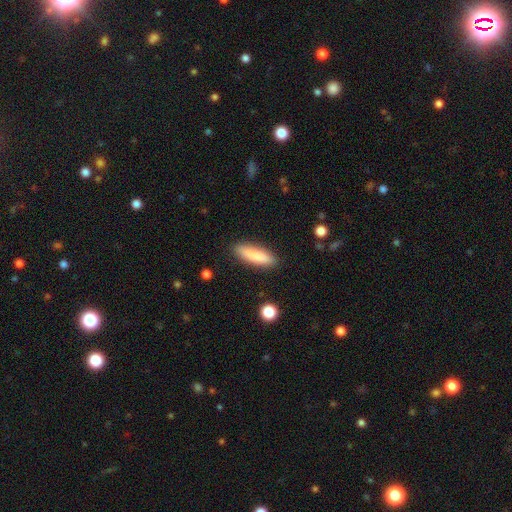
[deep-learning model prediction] Overall: smooth (86%). How rounded: cigar-shaped (61%; in between 37%). Merging: none (87%).